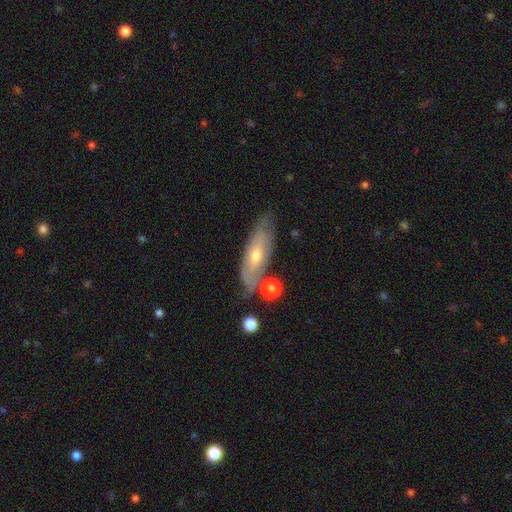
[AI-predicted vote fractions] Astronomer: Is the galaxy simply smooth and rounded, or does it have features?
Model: featured or disk — 56% (runner-up: smooth, 37%).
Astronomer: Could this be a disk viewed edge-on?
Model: no — 68%.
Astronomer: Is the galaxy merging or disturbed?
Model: none — 64%.